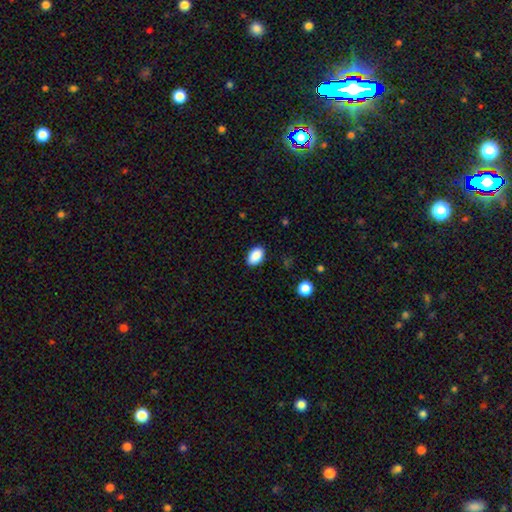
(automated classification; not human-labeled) smooth 90%, star or artifact 8%, featured or disk 3%. Down the decision tree: how rounded — in between (89%); merging — none (88%).